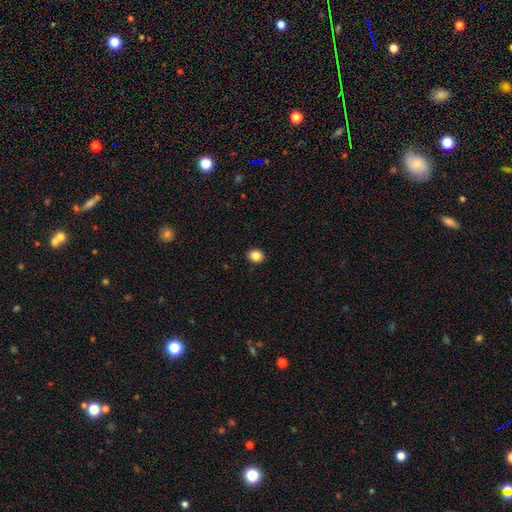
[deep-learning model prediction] Smooth or featured?
  - smooth: 86% *
  - star or artifact: 10%
  - featured or disk: 4%
How rounded?
  - round: 76% *
  - in between: 23%
  - cigar-shaped: 1%
Merging?
  - none: 92% *
  - minor disturbance: 5%
  - major disturbance: 2%
  - merger: 1%